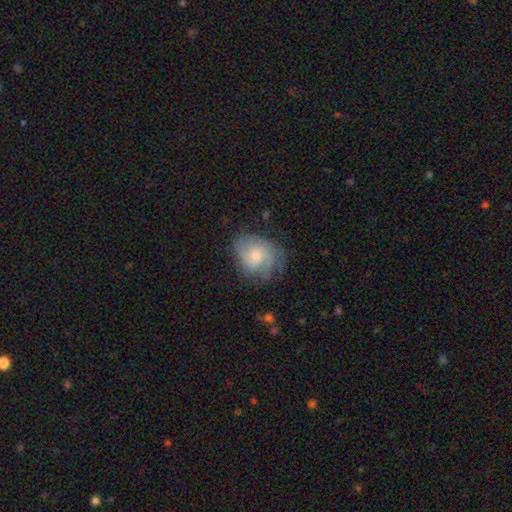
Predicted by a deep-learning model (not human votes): Overall: featured or disk (62%; smooth 31%). Edge-on disk: no (97%). Bar: no (72%). Spiral arms: yes (87%). Spiral arm count: can't tell (36%; 2 27%). Spiral winding: tight (44%; medium 40%). Bulge size: small (46%; moderate 45%). Merging: none (57%; minor disturbance 26%).